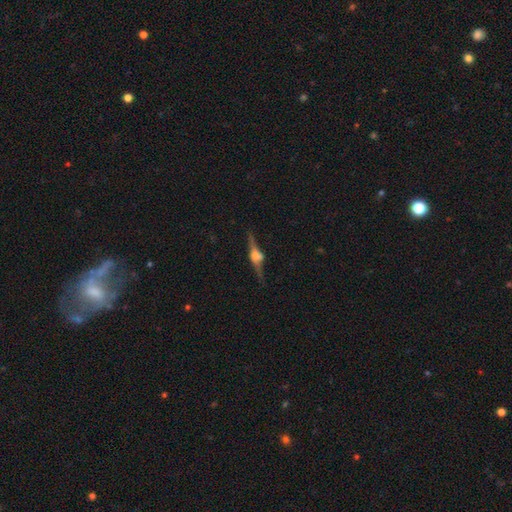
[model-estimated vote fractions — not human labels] Morphology: type=featured or disk (82%); edge-on=yes (97%); edge-on bulge=rounded (90%); merging=none (83%).